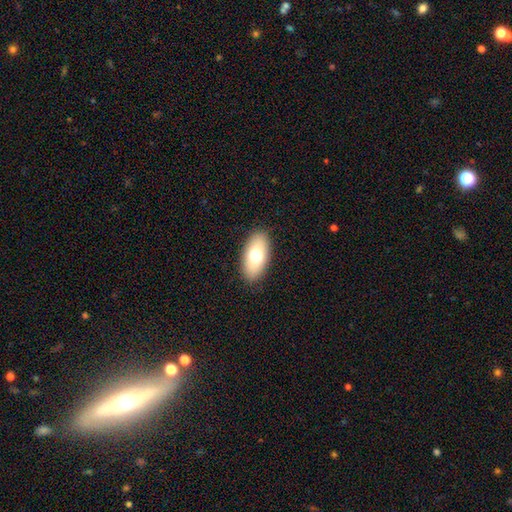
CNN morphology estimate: type=smooth (71%); roundness=in between (91%); merging=none (88%).